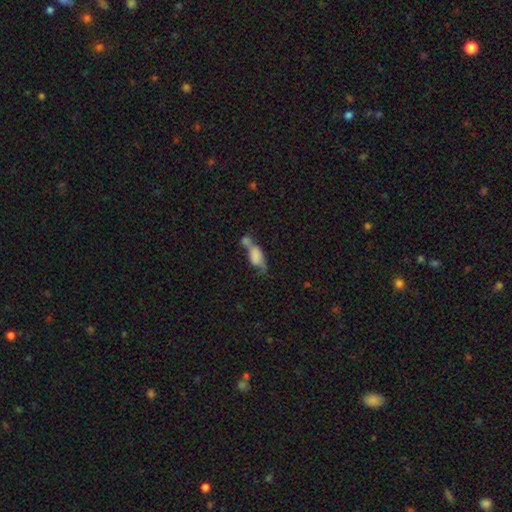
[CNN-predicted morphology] smooth_or_featured: smooth (p=0.68) [alt: featured or disk p=0.23]
how_rounded: in between (p=0.81) [alt: cigar-shaped p=0.11]
merging: merger (p=0.61) [alt: none p=0.16]